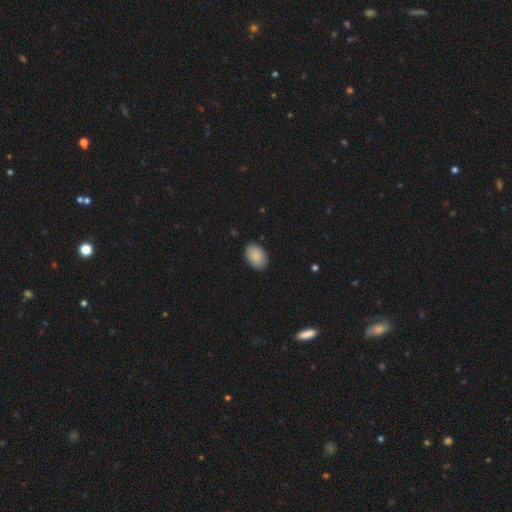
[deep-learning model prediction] Smooth or featured? Predicted: smooth (p=0.88). How rounded? Predicted: in between (p=0.87). Merging? Predicted: none (p=0.88).